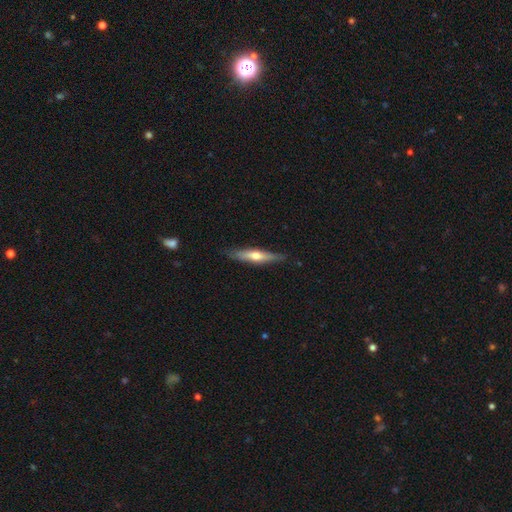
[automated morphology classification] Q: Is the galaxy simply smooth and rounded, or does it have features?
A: featured or disk — 50%.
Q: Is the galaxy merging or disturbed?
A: none — 84%.